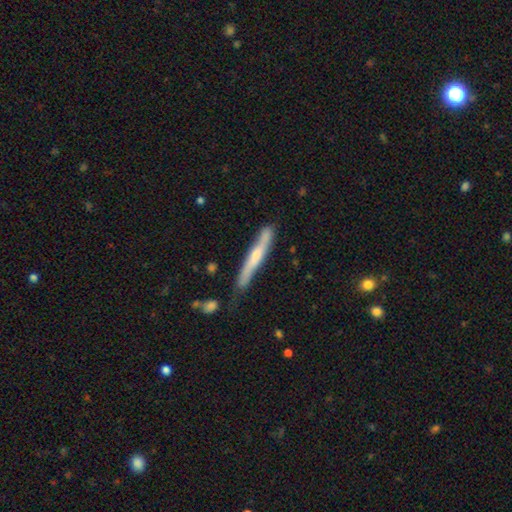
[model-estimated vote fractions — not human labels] A featured or disk galaxy (59%) viewed edge-on (94%) with a rounded central bulge (69%). Merging: none (77%).